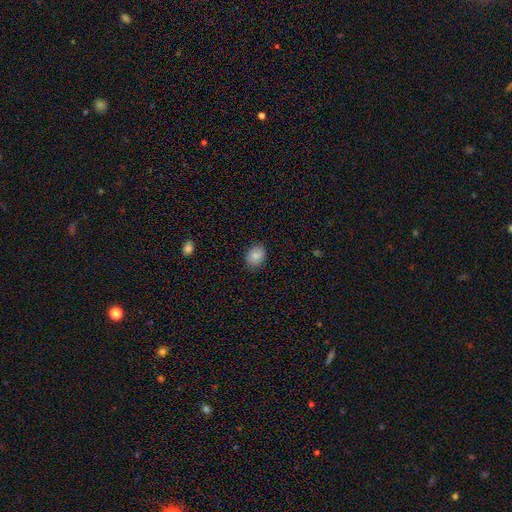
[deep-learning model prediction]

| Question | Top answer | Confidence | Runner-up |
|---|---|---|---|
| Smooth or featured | smooth | 86% | star or artifact (8%) |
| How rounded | round | 51% | in between (49%) |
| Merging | none | 85% | minor disturbance (11%) |